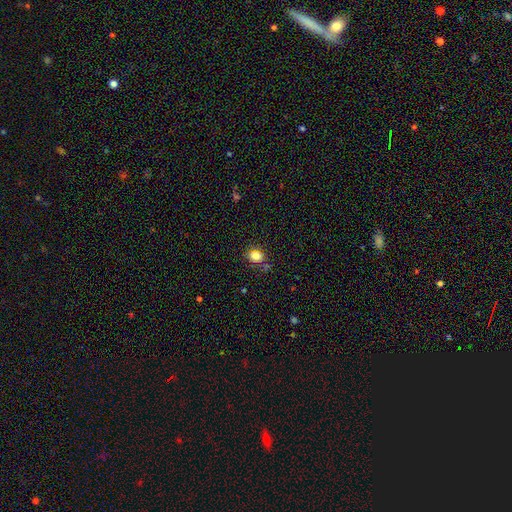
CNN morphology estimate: This appears to be a smooth galaxy with no disk features (80%) that is round (52%). Merging: none (77%).